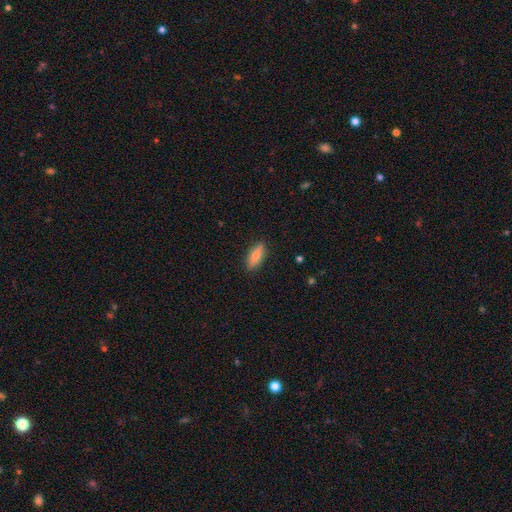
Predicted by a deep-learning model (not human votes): smooth-or-featured: smooth: 72% | featured or disk: 21% | star or artifact: 7%
  how-rounded: in between: 57% | cigar-shaped: 41% | round: 3%
  merging: none: 87% | minor disturbance: 10% | major disturbance: 2% | merger: 1%